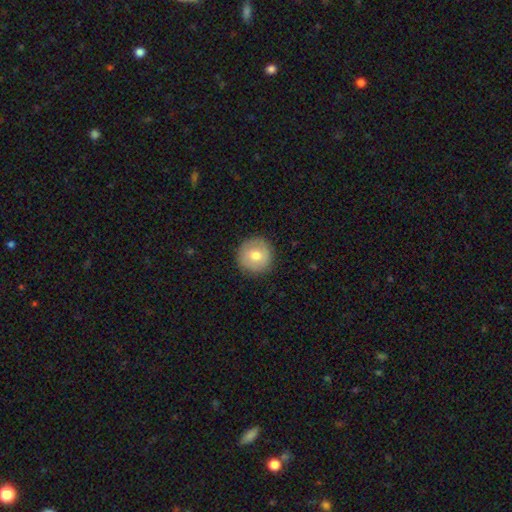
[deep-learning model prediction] A smooth galaxy with no disk features (68%) that is round (95%). Merging: none (88%).